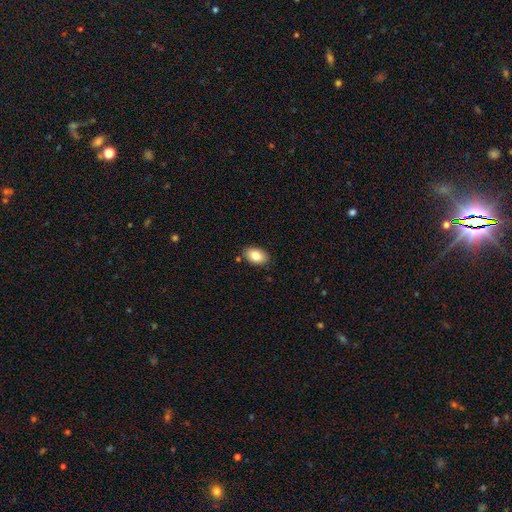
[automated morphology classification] Smooth or featured? smooth (83%)
How rounded? in between (88%)
Merging? none (85%)